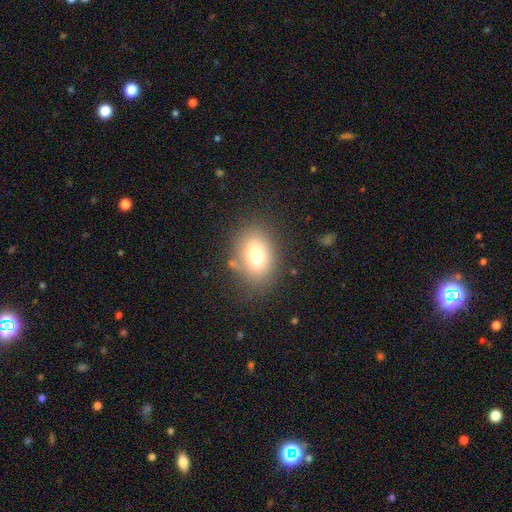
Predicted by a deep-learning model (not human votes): Morphology: type=smooth (76%); roundness=in between (80%); merging=none (79%).